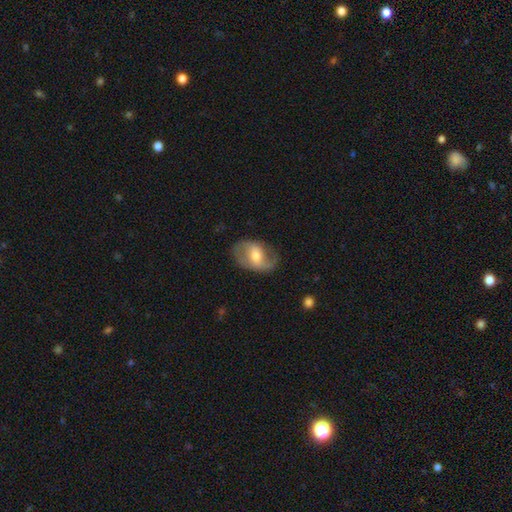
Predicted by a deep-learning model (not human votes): This is likely a featured or disk galaxy (65%). It is clearly not viewed edge-on (96%). Bar: possibly weak (48%). Spiral arm pattern: clearly yes (80%). Central bulge: likely moderate (64%). Merging: likely none (68%).